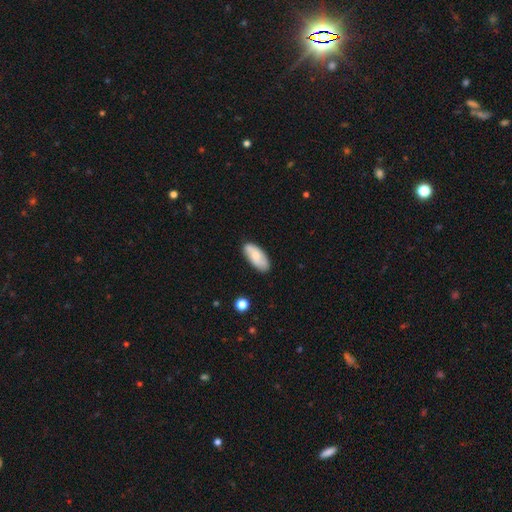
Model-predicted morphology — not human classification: Smooth or featured: smooth — 66% (featured or disk — 28%)
How rounded: in between — 87% (cigar-shaped — 11%)
Merging: none — 81% (minor disturbance — 15%)